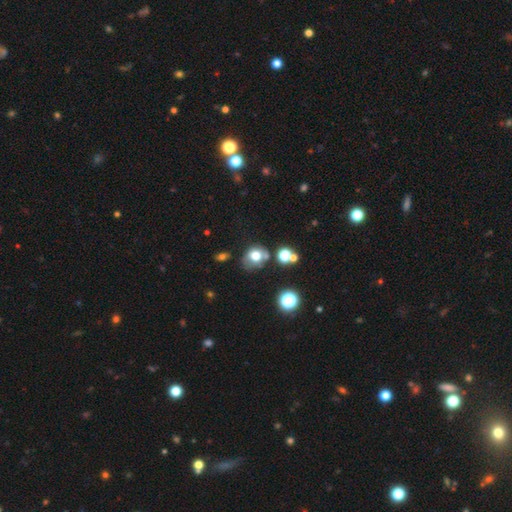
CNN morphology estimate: Smooth or featured? Predicted: smooth (p=0.69). How rounded? Predicted: round (p=0.62). Merging? Predicted: none (p=0.52).